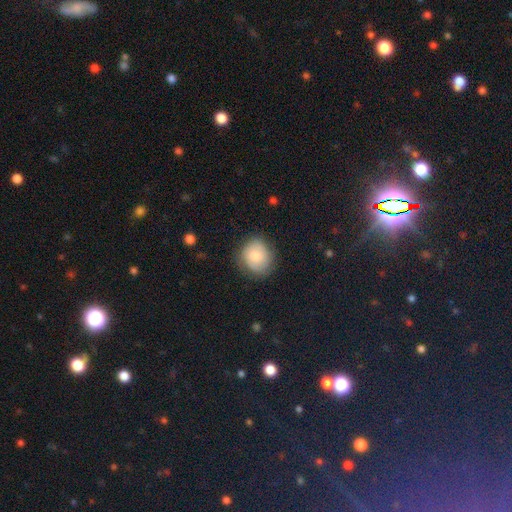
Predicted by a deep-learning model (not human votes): Morphology: type=smooth (75%); roundness=round (74%); merging=none (76%).